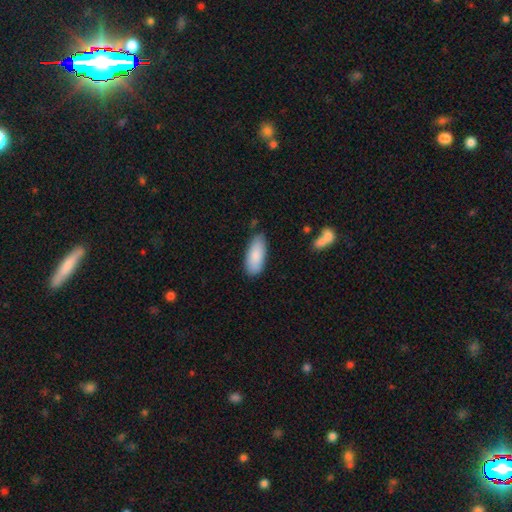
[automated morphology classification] smooth-or-featured: smooth: 87% | featured or disk: 7% | star or artifact: 6%
  how-rounded: in between: 84% | cigar-shaped: 15% | round: 2%
  merging: none: 80% | minor disturbance: 15% | major disturbance: 3% | merger: 2%